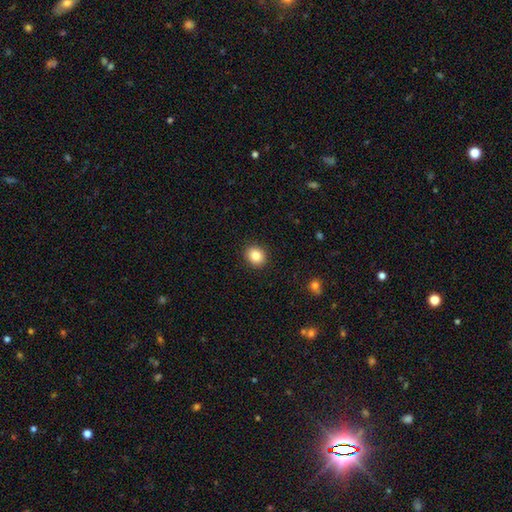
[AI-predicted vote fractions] Smooth or featured? Predicted: smooth (p=0.84). How rounded? Predicted: round (p=0.71). Merging? Predicted: none (p=0.91).